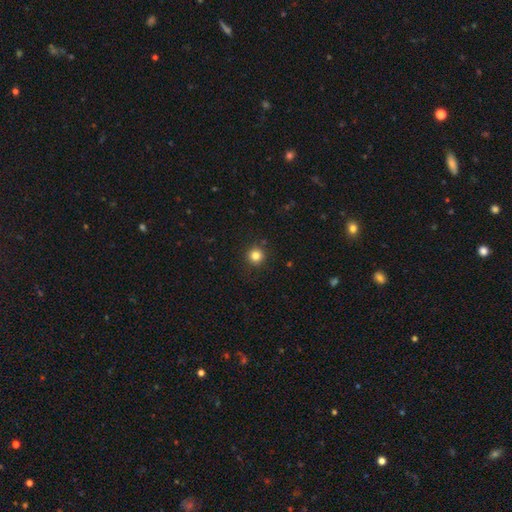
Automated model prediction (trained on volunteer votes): Smooth or featured? Predicted: smooth (p=0.82). How rounded? Predicted: round (p=0.95). Merging? Predicted: none (p=0.91).